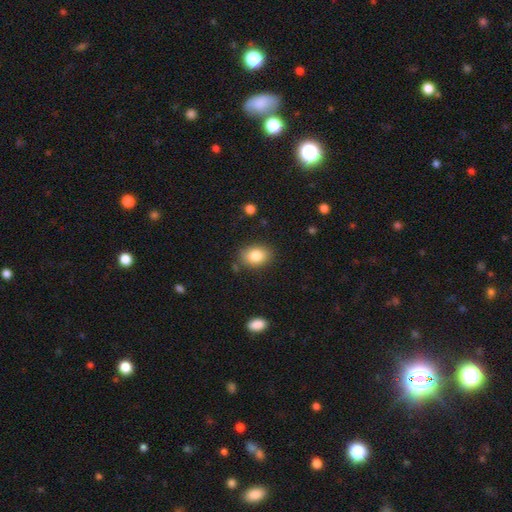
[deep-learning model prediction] The model was most divided on "how rounded": in between: 78%, round: 21%, cigar-shaped: 1%. More confident: smooth or featured — smooth (83%); merging — none (82%).